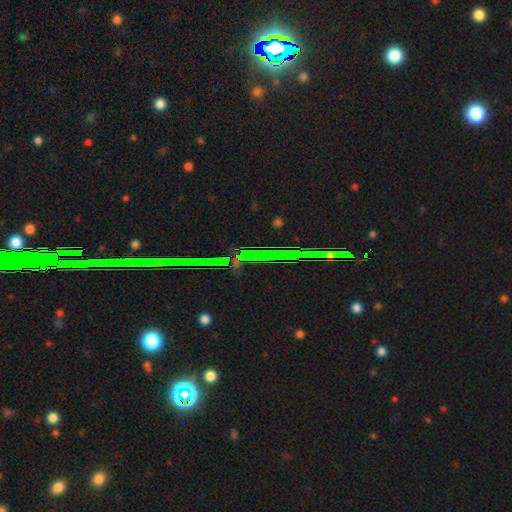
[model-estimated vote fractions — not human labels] smooth_or_featured: star or artifact (p=0.81) [alt: featured or disk p=0.10]